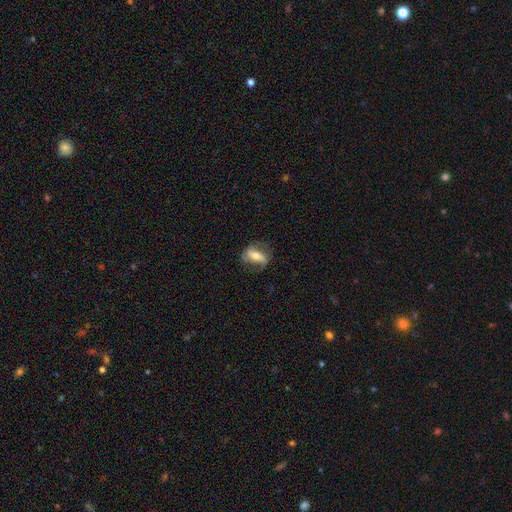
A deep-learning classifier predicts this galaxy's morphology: smooth-or-featured: featured or disk: 61% | smooth: 32% | star or artifact: 7%
  disk-edge-on: no: 89% | yes: 11%
    bar: strong: 50% | weak: 26% | no: 23%
    has-spiral-arms: yes: 78% | no: 22%
    bulge-size: moderate: 57% | small: 32% | large: 7% | none: 2% | dominant: 2%
  merging: none: 65% | minor disturbance: 21% | major disturbance: 13% | merger: 1%